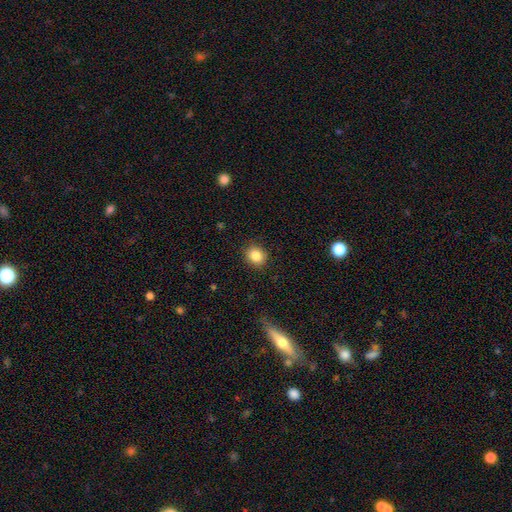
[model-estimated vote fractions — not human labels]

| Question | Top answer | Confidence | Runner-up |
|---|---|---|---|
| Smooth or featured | smooth | 85% | star or artifact (10%) |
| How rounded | round | 72% | in between (27%) |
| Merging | none | 88% | minor disturbance (9%) |